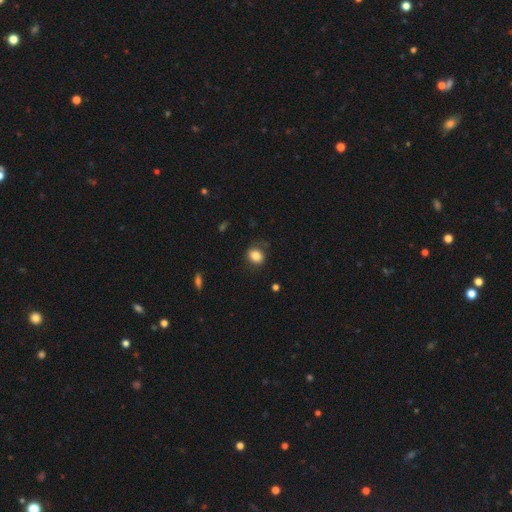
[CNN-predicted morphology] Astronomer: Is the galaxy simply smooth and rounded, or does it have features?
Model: smooth — 83%.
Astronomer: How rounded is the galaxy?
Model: round — 51% (runner-up: in between, 47%).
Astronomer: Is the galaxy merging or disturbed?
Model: none — 74%.